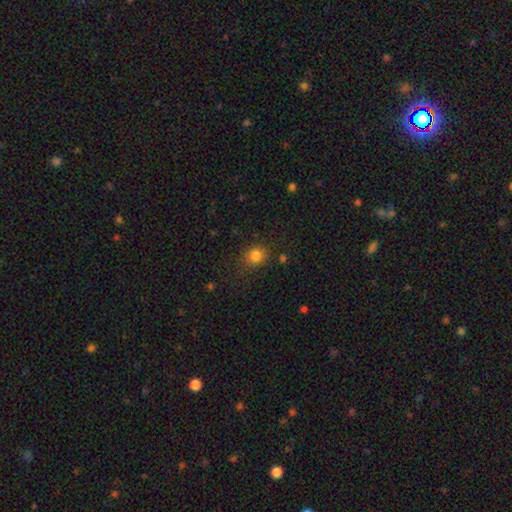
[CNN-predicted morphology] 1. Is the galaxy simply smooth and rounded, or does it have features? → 82% smooth, 13% star or artifact, 5% featured or disk.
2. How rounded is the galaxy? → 78% round, 21% in between, 1% cigar-shaped.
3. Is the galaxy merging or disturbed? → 80% none, 13% minor disturbance, 5% major disturbance, 2% merger.